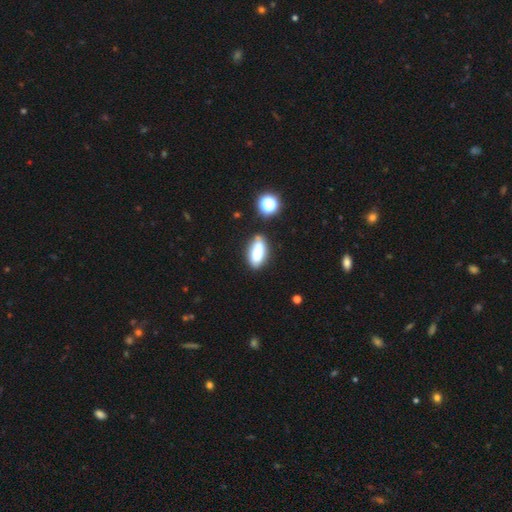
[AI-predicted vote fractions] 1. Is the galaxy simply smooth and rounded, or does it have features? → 78% smooth, 13% featured or disk, 9% star or artifact.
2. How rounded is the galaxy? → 84% in between, 13% cigar-shaped, 4% round.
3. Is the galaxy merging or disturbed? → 70% none, 18% minor disturbance, 8% merger, 4% major disturbance.